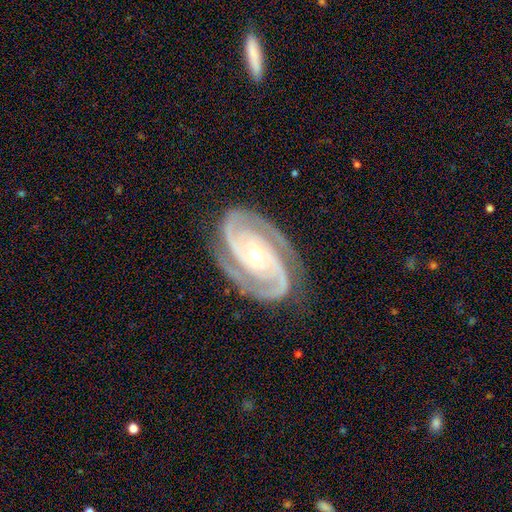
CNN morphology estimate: Q: Smooth or featured?
A: featured or disk (94%); runner-up: star or artifact (4%)
Q: Edge-on disk?
A: no (97%); runner-up: yes (3%)
Q: Bar?
A: no (57%); runner-up: weak (23%)
Q: Spiral arms?
A: yes (99%); runner-up: no (1%)
Q: Spiral winding?
A: tight (63%); runner-up: medium (34%)
Q: Spiral arm count?
A: 2 (87%); runner-up: 3 (7%)
Q: Bulge size?
A: small (59%); runner-up: moderate (37%)
Q: Merging?
A: none (83%); runner-up: minor disturbance (12%)